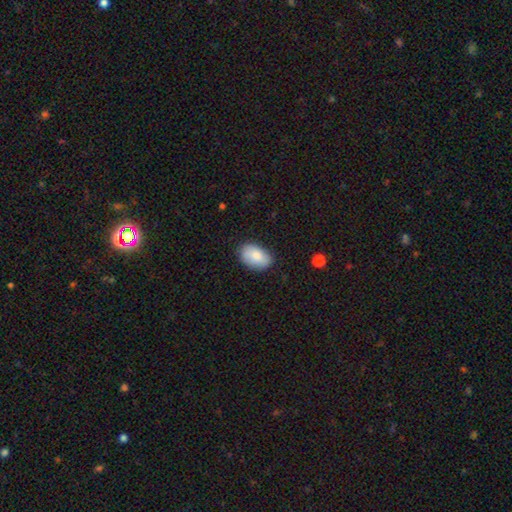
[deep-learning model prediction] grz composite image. It shows a smooth galaxy with no disk features (84%) that is in between round and cigar-shaped (91%). Merging: none (82%).